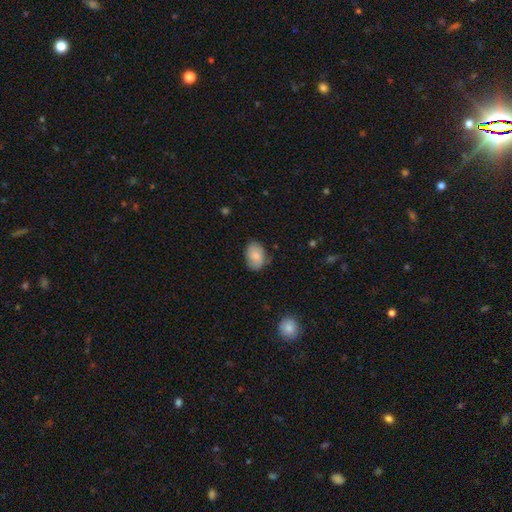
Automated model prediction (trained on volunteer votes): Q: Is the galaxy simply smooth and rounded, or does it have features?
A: smooth — 81%.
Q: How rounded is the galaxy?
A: in between — 77%.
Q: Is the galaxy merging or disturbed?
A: none — 76%.